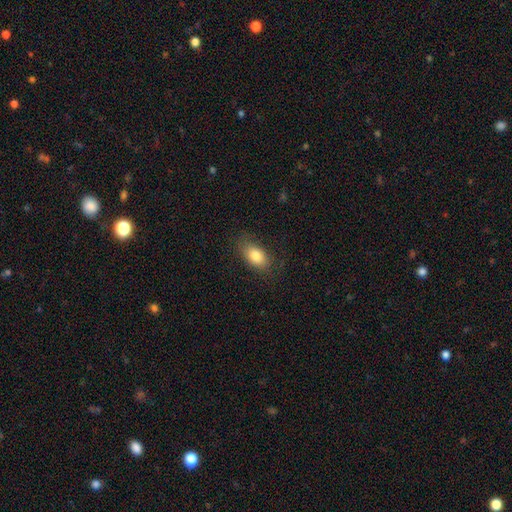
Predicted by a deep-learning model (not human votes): Smooth or featured: smooth — 82% (featured or disk — 10%)
How rounded: in between — 89% (round — 8%)
Merging: none — 80% (minor disturbance — 15%)